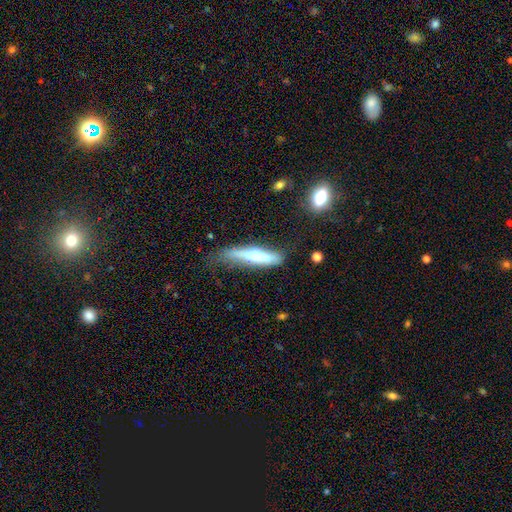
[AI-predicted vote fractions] smooth-or-featured: smooth: 47% (tied) | featured or disk: 47% (tied) | star or artifact: 6%
  merging: none: 53% | minor disturbance: 29% | major disturbance: 14% | merger: 5%